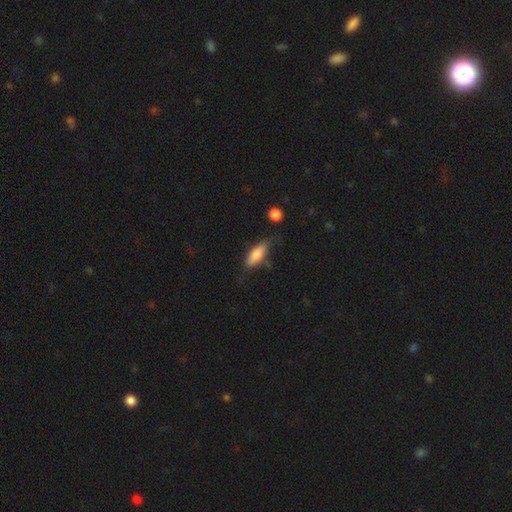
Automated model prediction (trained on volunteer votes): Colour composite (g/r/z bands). It shows a smooth galaxy with no disk features (79%) that is in between round and cigar-shaped (74%). Merging: none (65%).